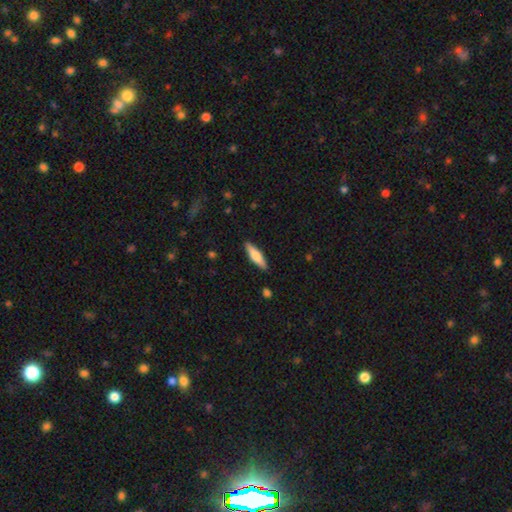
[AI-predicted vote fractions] smooth_or_featured: smooth (p=0.59) [alt: featured or disk p=0.35]
how_rounded: cigar-shaped (p=0.70) [alt: in between p=0.28]
merging: none (p=0.89) [alt: minor disturbance p=0.08]